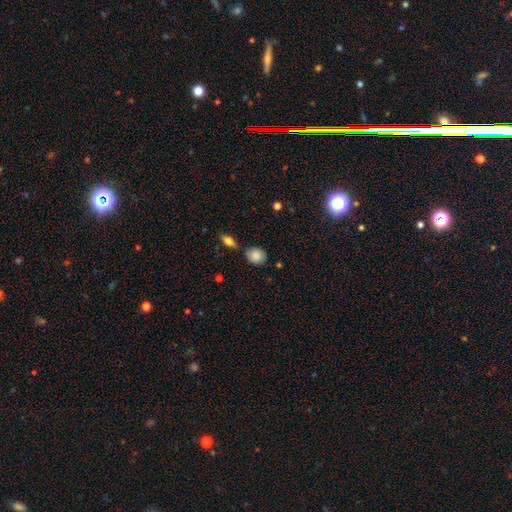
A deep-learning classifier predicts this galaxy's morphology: Overall: smooth (84%). How rounded: round (70%). Merging: none (68%).